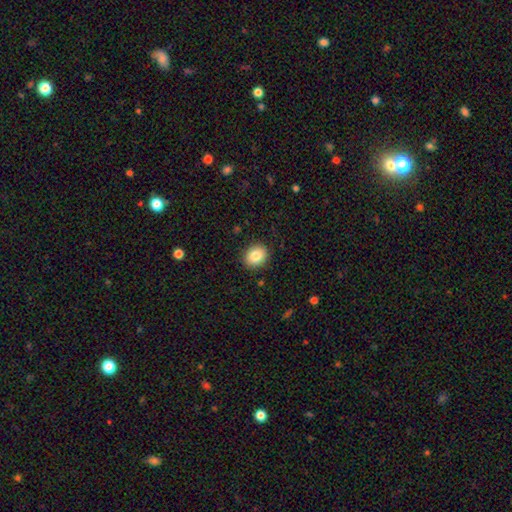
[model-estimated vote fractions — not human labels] Overall: smooth (84%). How rounded: round (64%; in between 35%). Merging: none (90%).